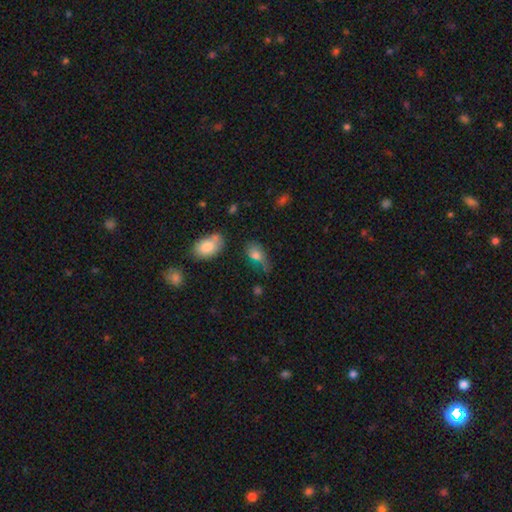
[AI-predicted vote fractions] smooth-or-featured: smooth: 74% | featured or disk: 14% | star or artifact: 12%
  how-rounded: in between: 84% | round: 12% | cigar-shaped: 4%
  merging: none: 39% | minor disturbance: 33% | major disturbance: 19% | merger: 8%